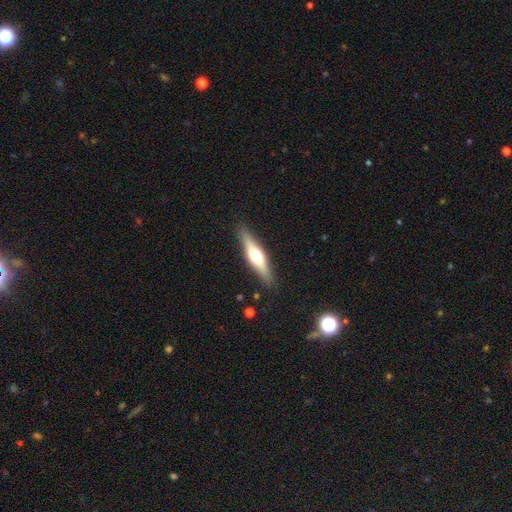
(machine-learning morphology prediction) featured or disk 59%, smooth 36%, star or artifact 5%. Down the decision tree: edge-on disk — yes (95%); edge-on bulge — rounded (92%); merging — none (88%).